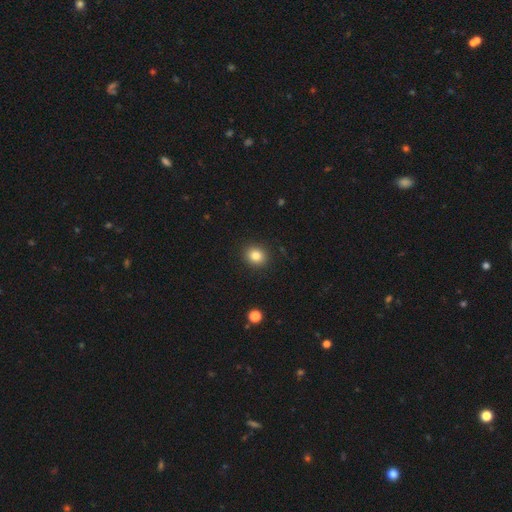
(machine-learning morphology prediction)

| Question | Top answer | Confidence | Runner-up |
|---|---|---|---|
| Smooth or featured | smooth | 82% | star or artifact (11%) |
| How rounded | round | 77% | in between (23%) |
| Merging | none | 91% | minor disturbance (6%) |